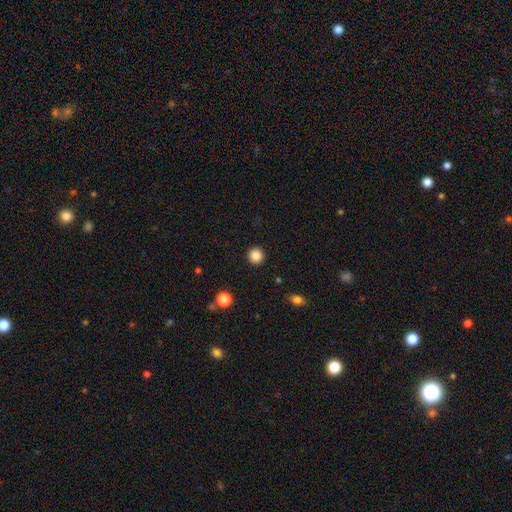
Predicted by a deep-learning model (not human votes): This appears to be a smooth galaxy with no disk features (86%) that is round (95%). Merging: none (93%).